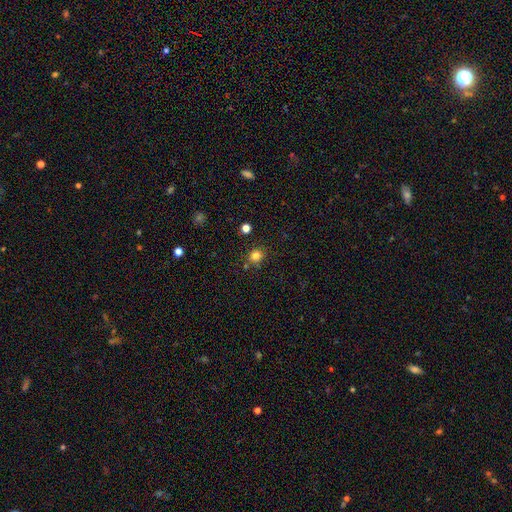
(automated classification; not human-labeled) smooth_or_featured: smooth (p=0.81) [alt: star or artifact p=0.14]
how_rounded: round (p=0.85) [alt: in between p=0.15]
merging: none (p=0.79) [alt: minor disturbance p=0.11]